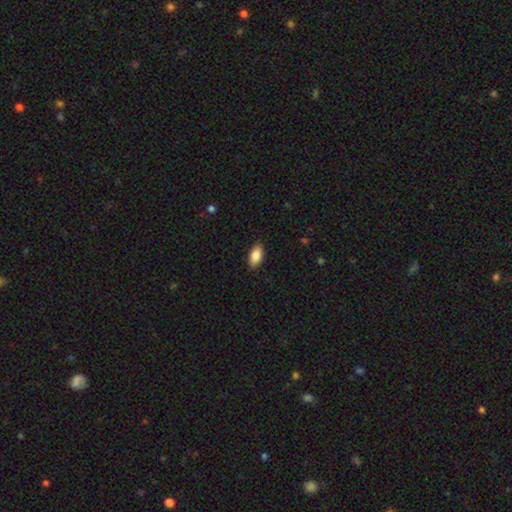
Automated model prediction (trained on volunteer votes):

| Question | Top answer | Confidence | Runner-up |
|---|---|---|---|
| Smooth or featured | smooth | 88% | star or artifact (7%) |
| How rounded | in between | 92% | cigar-shaped (6%) |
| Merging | none | 89% | minor disturbance (9%) |